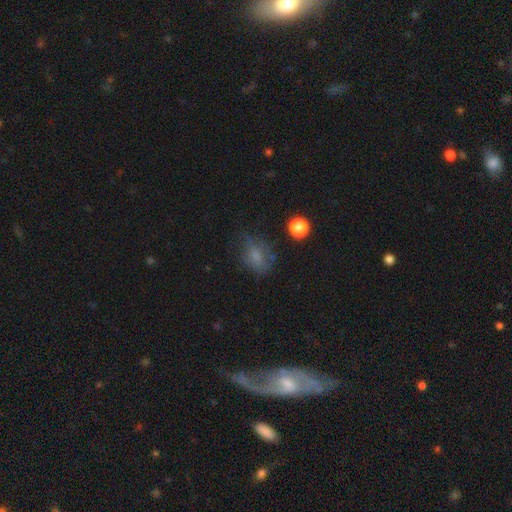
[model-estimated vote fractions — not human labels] smooth-or-featured: smooth: 67% | star or artifact: 17% | featured or disk: 16%
  how-rounded: in between: 64% | round: 34% | cigar-shaped: 2%
  merging: none: 55% | minor disturbance: 27% | major disturbance: 15% | merger: 3%